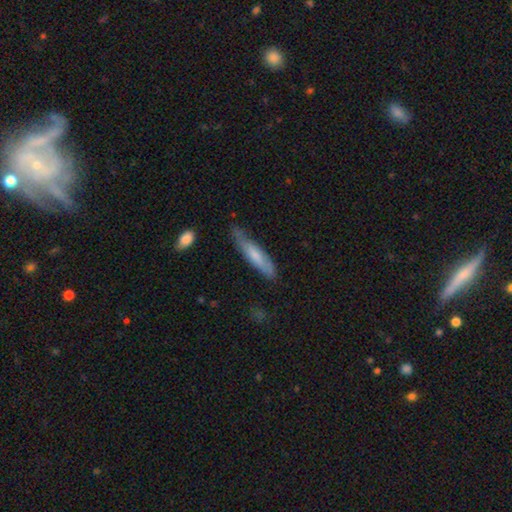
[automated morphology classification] A smooth galaxy with no disk features (62%) that is cigar-shaped (81%).

Vote fractions:
- Smooth or featured? smooth: 62% / featured or disk: 32% / star or artifact: 6%
- How rounded? cigar-shaped: 81% / in between: 17% / round: 1%
- Merging? none: 63% / minor disturbance: 28% / major disturbance: 6% / merger: 3%